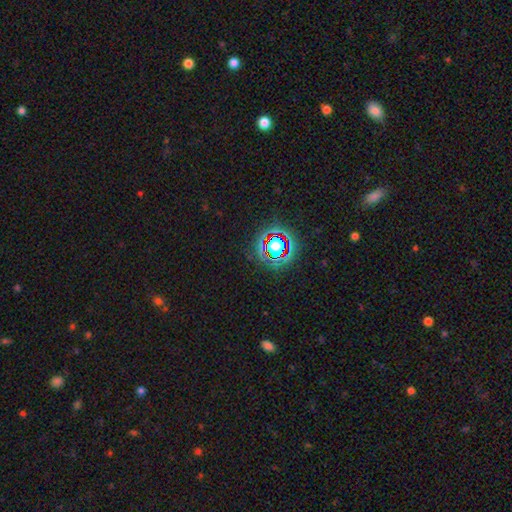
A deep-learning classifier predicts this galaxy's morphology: smooth-or-featured: star or artifact: 78% | smooth: 13% | featured or disk: 9%